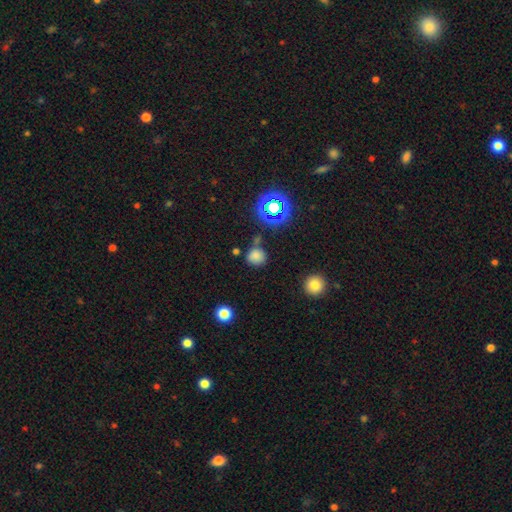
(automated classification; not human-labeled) Morphology: type=smooth (72%); roundness=round (85%); merging=none (71%).